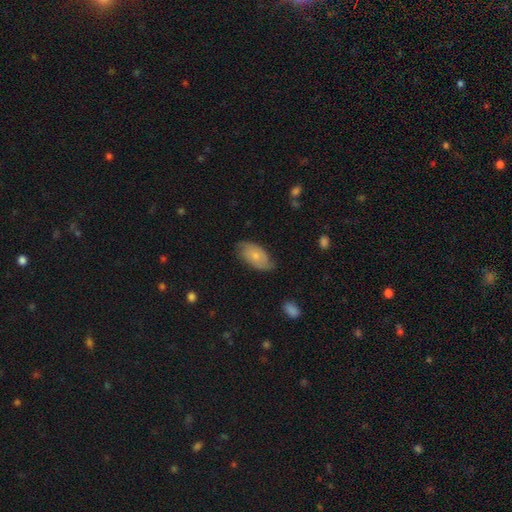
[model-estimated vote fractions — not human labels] smooth_or_featured: smooth (p=0.57) [alt: featured or disk p=0.37]
how_rounded: in between (p=0.94) [alt: round p=0.04]
merging: none (p=0.70) [alt: minor disturbance p=0.24]